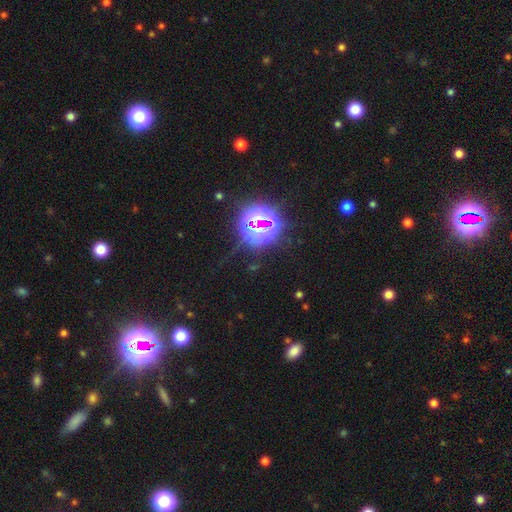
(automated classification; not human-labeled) This is clearly a star or artifact rather than a galaxy (82%).